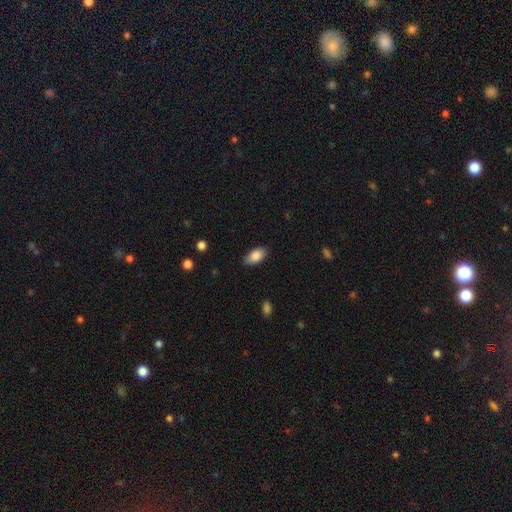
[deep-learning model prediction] Smooth or featured? smooth (86%)
How rounded? in between (94%)
Merging? none (83%)